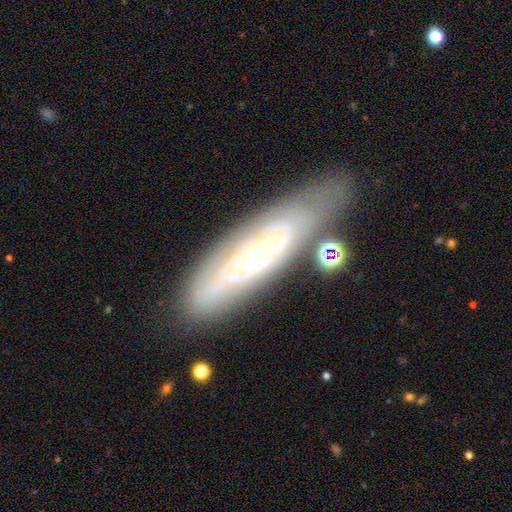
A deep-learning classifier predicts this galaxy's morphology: smooth_or_featured: featured or disk (p=0.72) [alt: smooth p=0.21]
disk_edge_on: no (p=0.72) [alt: yes p=0.28]
bar: no (p=0.56) [alt: weak p=0.30]
has_spiral_arms: yes (p=0.69) [alt: no p=0.31]
bulge_size: small (p=0.53) [alt: moderate p=0.37]
merging: none (p=0.67) [alt: minor disturbance p=0.20]